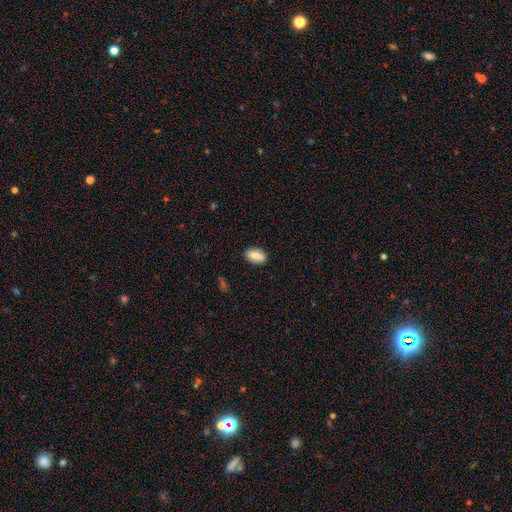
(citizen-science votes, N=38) smooth_or_featured: smooth (p=0.89) [alt: featured or disk p=0.11]
how_rounded: in between (p=1.00)
merging: none (p=0.84) [alt: minor disturbance p=0.16]